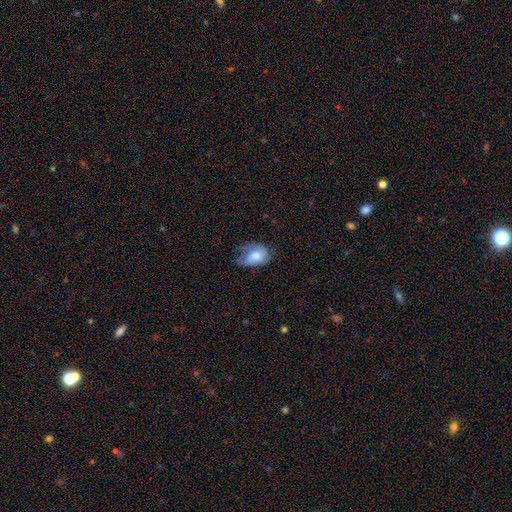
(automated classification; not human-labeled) A smooth galaxy with no disk features (63%) that is in between round and cigar-shaped (79%).

Vote fractions:
- Smooth or featured? smooth: 63% / featured or disk: 29% / star or artifact: 7%
- How rounded? in between: 79% / round: 20% / cigar-shaped: 1%
- Merging? minor disturbance: 38% / none: 34% / major disturbance: 26% / merger: 2%